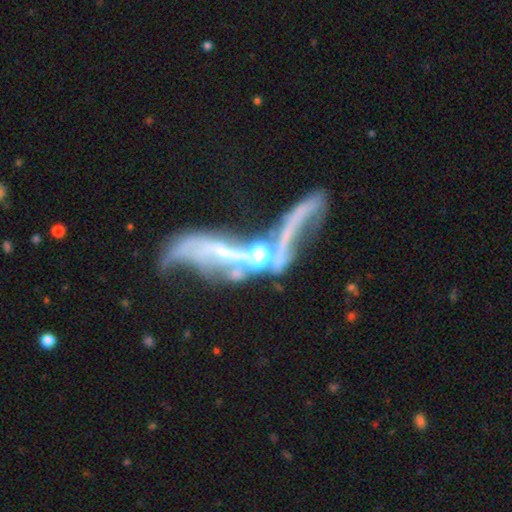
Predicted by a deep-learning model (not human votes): Q: Smooth or featured?
A: featured or disk (66%); runner-up: star or artifact (18%)
Q: Edge-on disk?
A: no (76%); runner-up: yes (24%)
Q: Merging?
A: merger (44%); runner-up: major disturbance (33%)